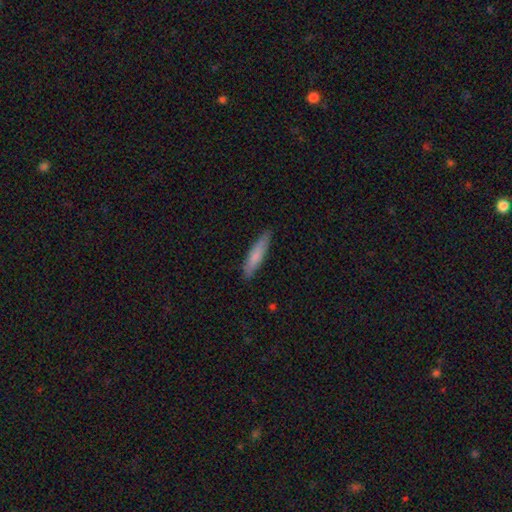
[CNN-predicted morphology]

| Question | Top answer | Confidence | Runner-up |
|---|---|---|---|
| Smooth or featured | smooth | 75% | featured or disk (19%) |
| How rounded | cigar-shaped | 85% | in between (14%) |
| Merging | none | 87% | minor disturbance (10%) |